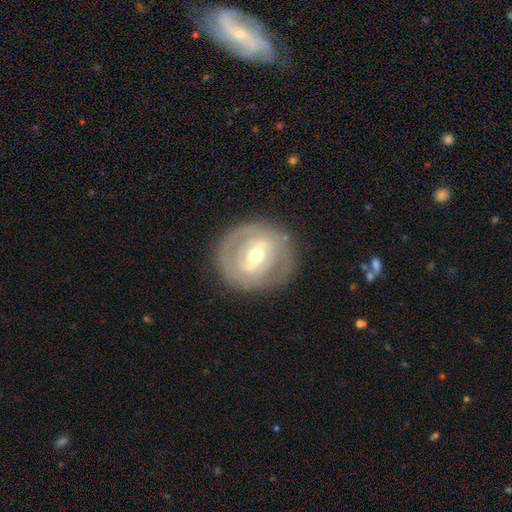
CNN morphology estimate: Overall: featured or disk (69%). Edge-on disk: no (94%). Bar: strong (43%; weak 41%). Spiral arms: yes (53%; no 47%). Bulge size: moderate (62%; small 31%). Merging: none (83%).